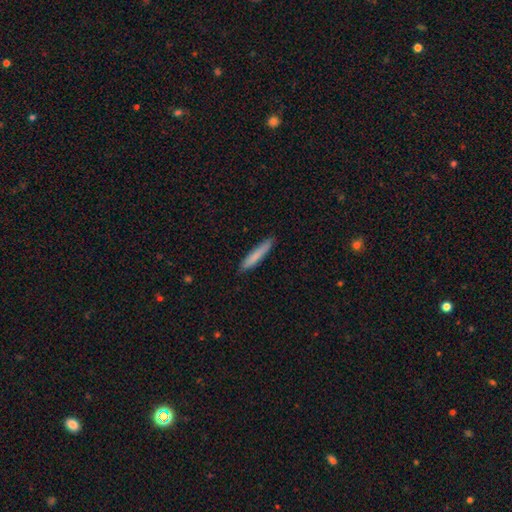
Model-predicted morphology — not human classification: This appears to be a smooth galaxy with no disk features (80%) that is cigar-shaped (94%). Merging: none (90%).